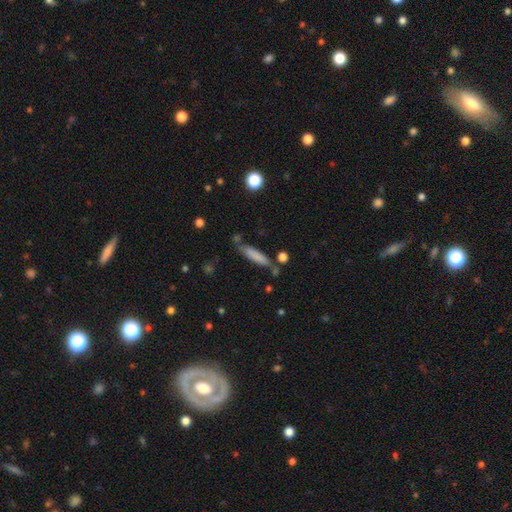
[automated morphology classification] Smooth or featured? Predicted: smooth (p=0.77). How rounded? Predicted: cigar-shaped (p=0.80). Merging? Predicted: none (p=0.66).